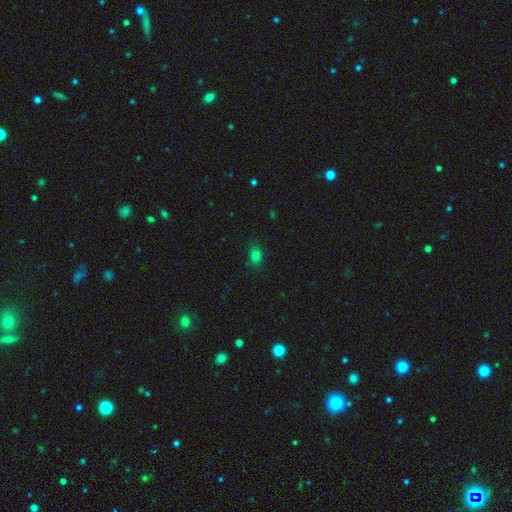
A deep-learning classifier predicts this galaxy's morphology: Smooth or featured? smooth (78%)
How rounded? in between (64%)
Merging? none (78%)